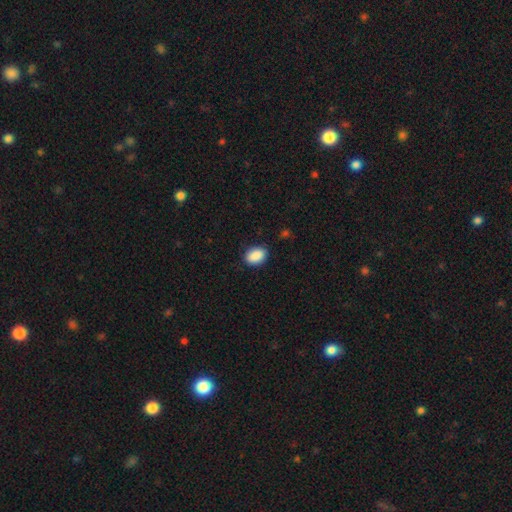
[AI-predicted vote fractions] A smooth galaxy with no disk features (90%) that is in between round and cigar-shaped (83%). Merging: none (83%).